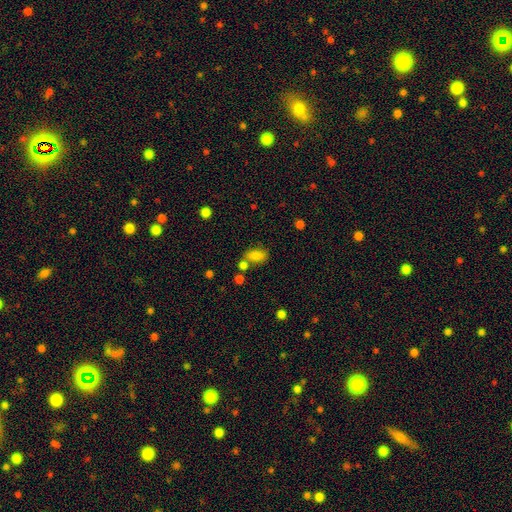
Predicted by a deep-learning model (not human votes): Q: Smooth or featured?
A: smooth (80%); runner-up: star or artifact (10%)
Q: How rounded?
A: in between (85%); runner-up: round (13%)
Q: Merging?
A: none (59%); runner-up: merger (21%)